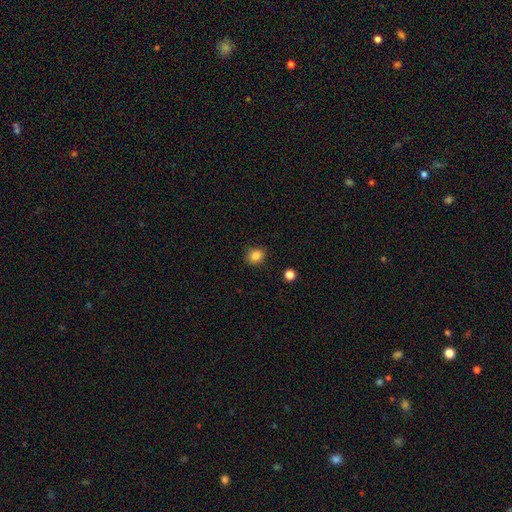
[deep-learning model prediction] Smooth or featured: smooth — 85% (star or artifact — 11%)
How rounded: round — 66% (in between — 33%)
Merging: none — 87% (minor disturbance — 9%)